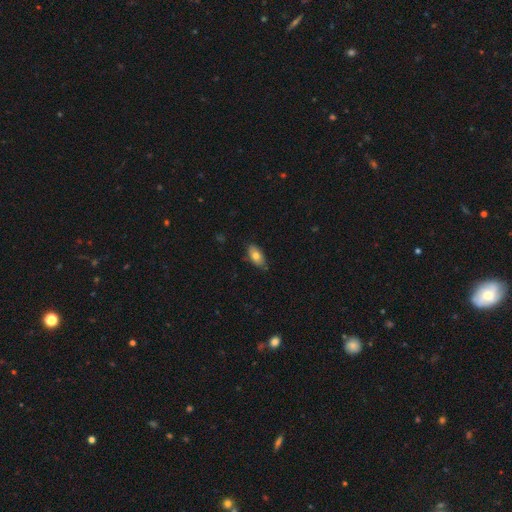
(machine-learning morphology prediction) Smooth or featured? smooth (74%)
How rounded? in between (90%)
Merging? none (75%)